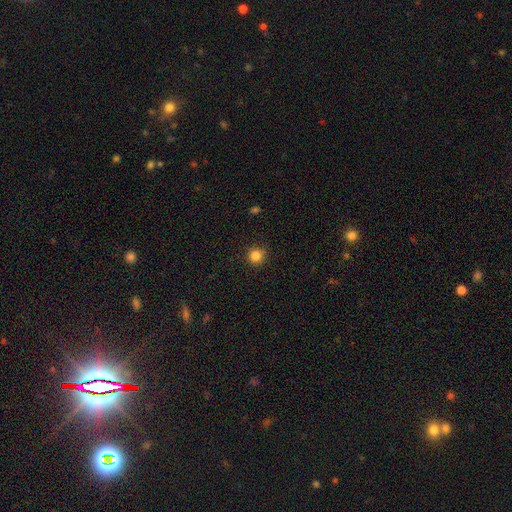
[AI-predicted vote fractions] smooth_or_featured: smooth (p=0.84) [alt: star or artifact p=0.12]
how_rounded: round (p=0.94) [alt: in between p=0.05]
merging: none (p=0.89) [alt: minor disturbance p=0.08]